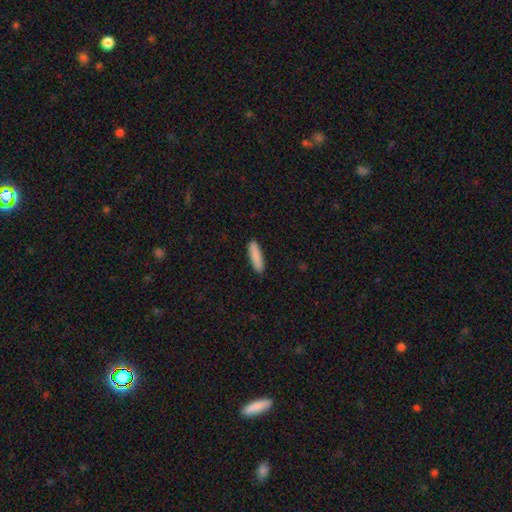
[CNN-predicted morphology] Q: Smooth or featured?
A: smooth (89%); runner-up: star or artifact (6%)
Q: How rounded?
A: cigar-shaped (73%); runner-up: in between (26%)
Q: Merging?
A: none (90%); runner-up: minor disturbance (8%)